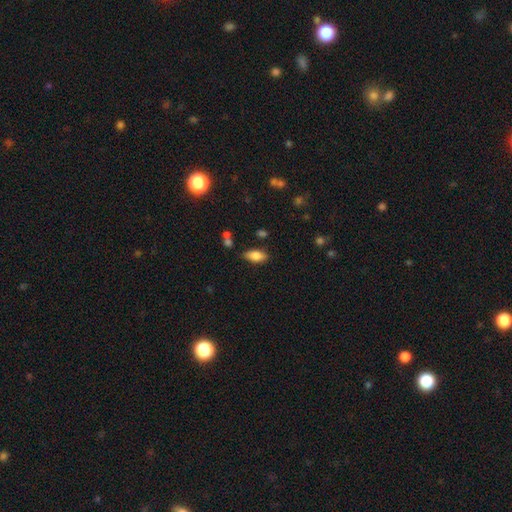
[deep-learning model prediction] smooth-or-featured: smooth: 78% | featured or disk: 14% | star or artifact: 8%
  how-rounded: in between: 86% | cigar-shaped: 11% | round: 3%
  merging: none: 80% | minor disturbance: 13% | merger: 4% | major disturbance: 3%